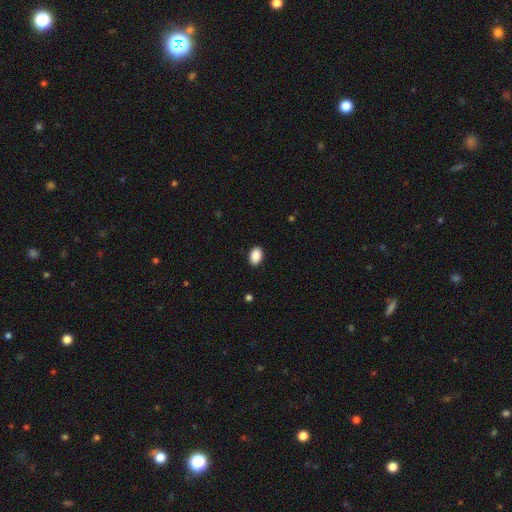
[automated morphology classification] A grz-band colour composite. It shows a smooth galaxy with no disk features (90%) that is in between round and cigar-shaped (86%). Merging: none (90%).